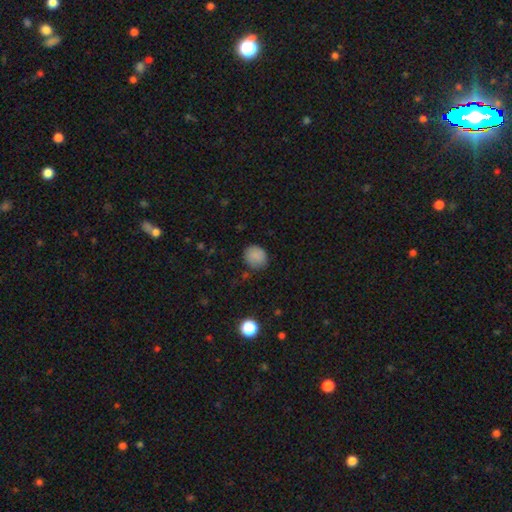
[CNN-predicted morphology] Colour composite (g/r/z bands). It shows a smooth galaxy with no disk features (86%) that is round (81%). Merging: none (82%).